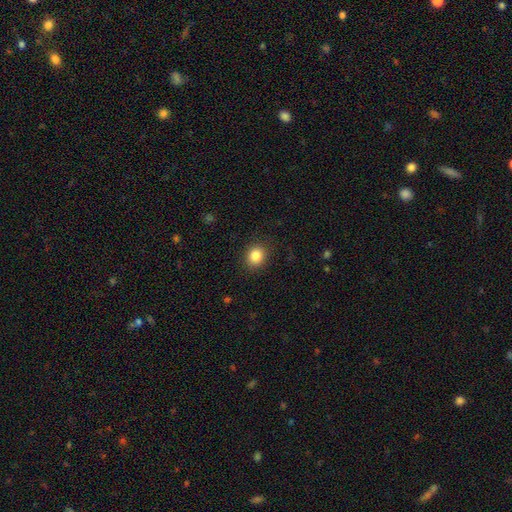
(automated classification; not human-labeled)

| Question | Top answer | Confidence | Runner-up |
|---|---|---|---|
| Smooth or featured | smooth | 84% | star or artifact (10%) |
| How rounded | round | 78% | in between (21%) |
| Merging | none | 88% | minor disturbance (8%) |